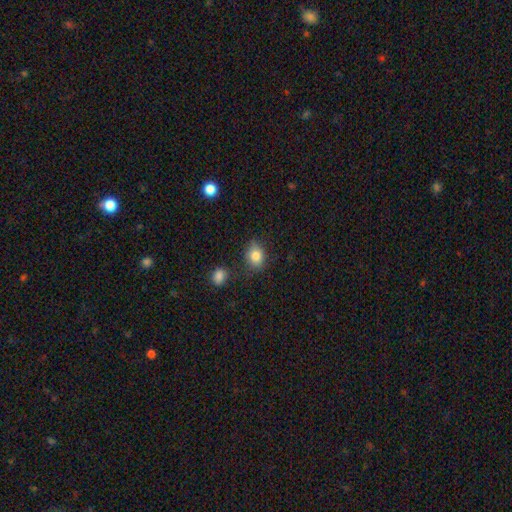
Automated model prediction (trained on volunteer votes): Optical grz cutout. It shows a smooth galaxy with no disk features (83%) that is in between round and cigar-shaped (50%). Merging: none (74%).